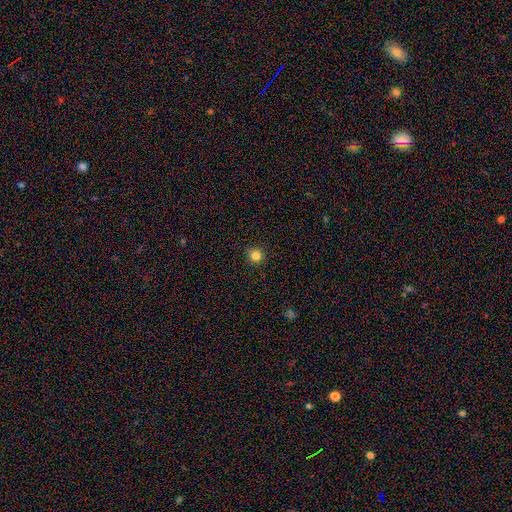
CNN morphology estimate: smooth-or-featured: smooth: 83% | star or artifact: 13% | featured or disk: 4%
  how-rounded: round: 94% | in between: 5% | cigar-shaped: 1%
  merging: none: 90% | minor disturbance: 7% | major disturbance: 2% | merger: 1%